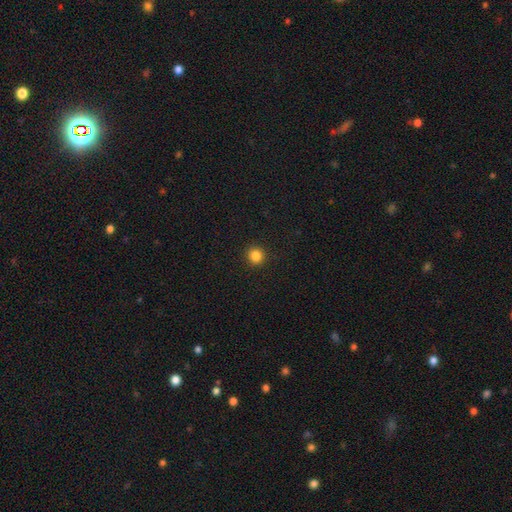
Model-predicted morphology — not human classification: Smooth or featured? Predicted: smooth (p=0.85). How rounded? Predicted: round (p=0.93). Merging? Predicted: none (p=0.93).